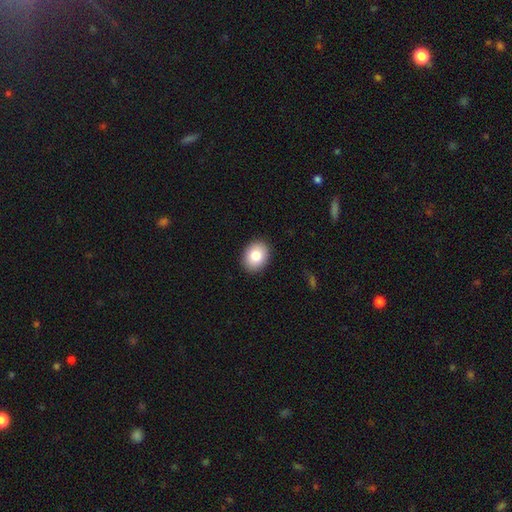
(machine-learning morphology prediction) The model was most divided on "how rounded": in between: 55%, round: 44%, cigar-shaped: 1%. More confident: merging — none (90%); smooth or featured — smooth (83%).